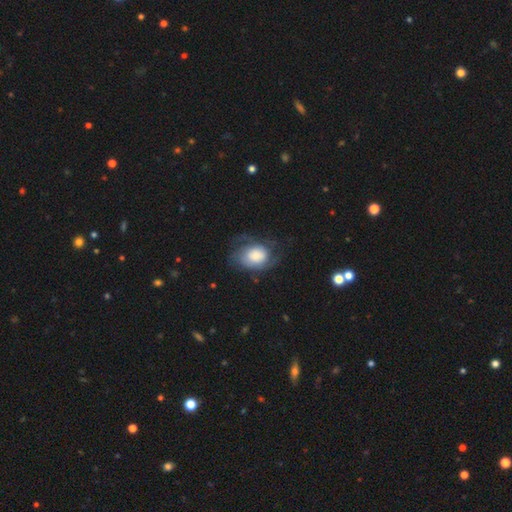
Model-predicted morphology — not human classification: Smooth or featured?
  - featured or disk: 48% *
  - smooth: 45%
  - star or artifact: 8%
Merging?
  - none: 52% *
  - minor disturbance: 25%
  - major disturbance: 21%
  - merger: 2%